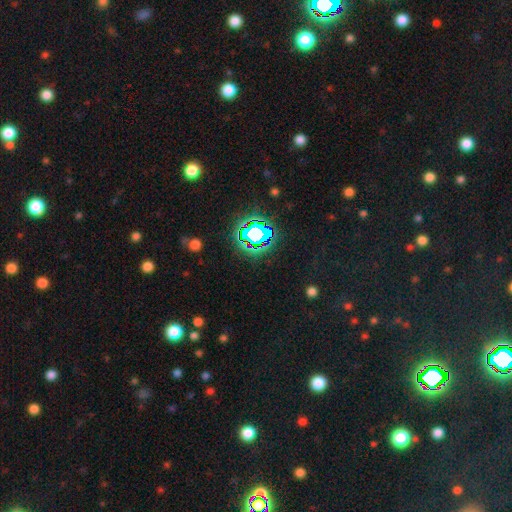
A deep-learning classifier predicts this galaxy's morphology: Q: Smooth or featured?
A: star or artifact (76%); runner-up: smooth (16%)